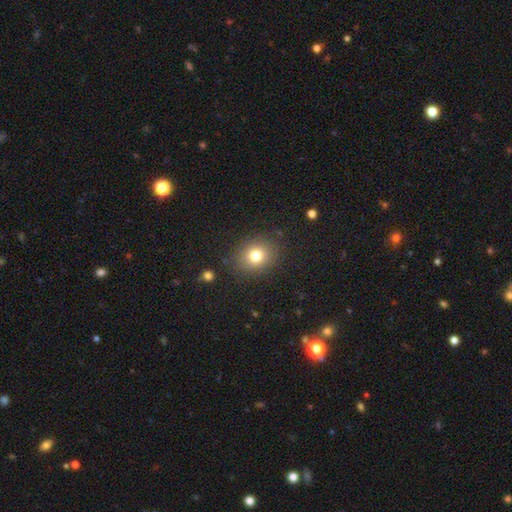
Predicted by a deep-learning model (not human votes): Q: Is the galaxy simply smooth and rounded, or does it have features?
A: smooth — 77%.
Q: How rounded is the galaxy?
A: round — 63%.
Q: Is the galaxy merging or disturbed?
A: none — 86%.